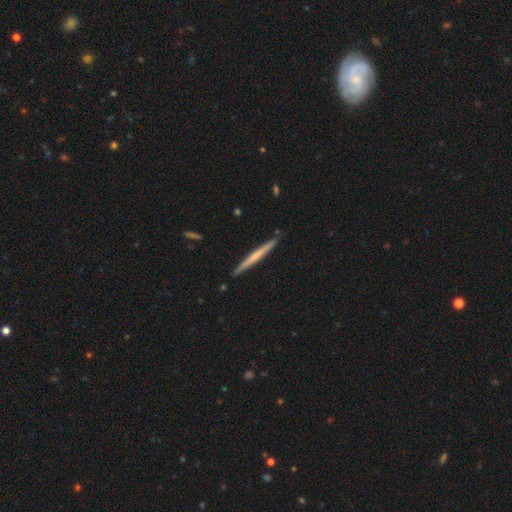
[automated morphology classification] A featured or disk galaxy (54%) viewed edge-on (98%) with no central bulge (64%).

Vote fractions:
- Smooth or featured? featured or disk: 54% / smooth: 41% / star or artifact: 5%
- Edge-on disk? yes: 98% / no: 2%
- Edge-on bulge? none: 64% / rounded: 30% / boxy: 6%
- Merging? none: 90% / minor disturbance: 7% / merger: 1% / major disturbance: 1%